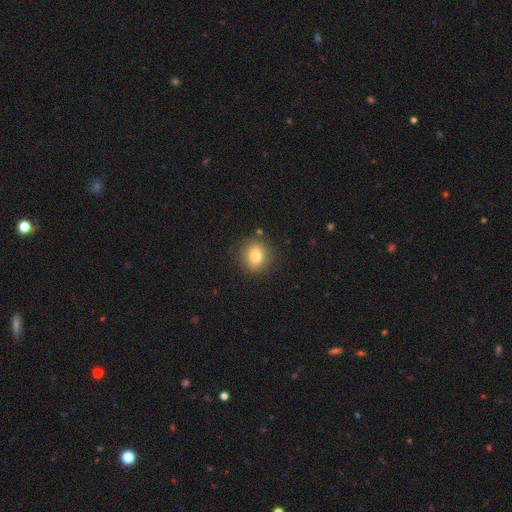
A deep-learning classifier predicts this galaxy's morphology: smooth-or-featured: smooth: 79% | star or artifact: 11% | featured or disk: 9%
  how-rounded: round: 73% | in between: 26% | cigar-shaped: 1%
  merging: none: 86% | minor disturbance: 9% | major disturbance: 3% | merger: 2%